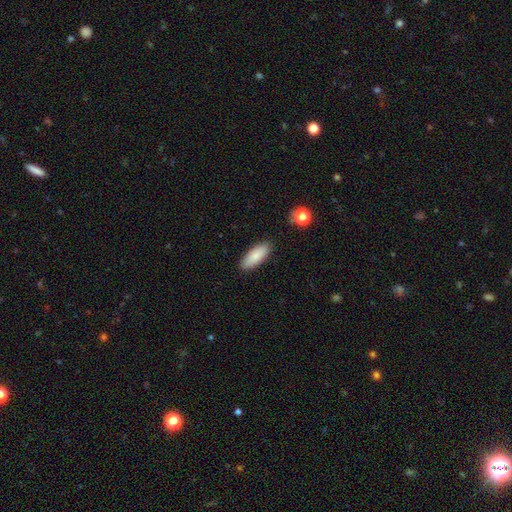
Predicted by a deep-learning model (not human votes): Smooth or featured: smooth — 85% (featured or disk — 8%)
How rounded: in between — 79% (cigar-shaped — 19%)
Merging: none — 88% (minor disturbance — 9%)